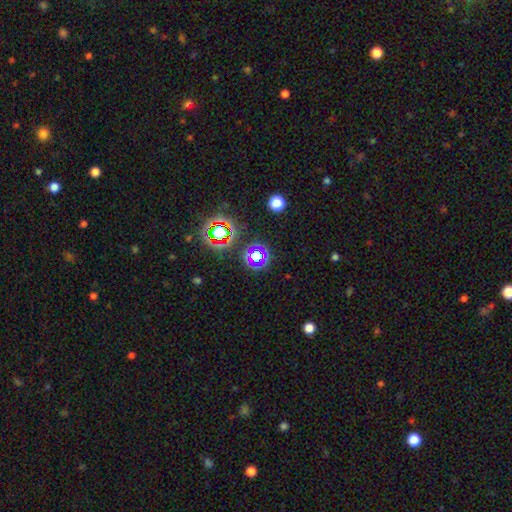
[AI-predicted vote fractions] smooth-or-featured: star or artifact: 64% | smooth: 25% | featured or disk: 11%